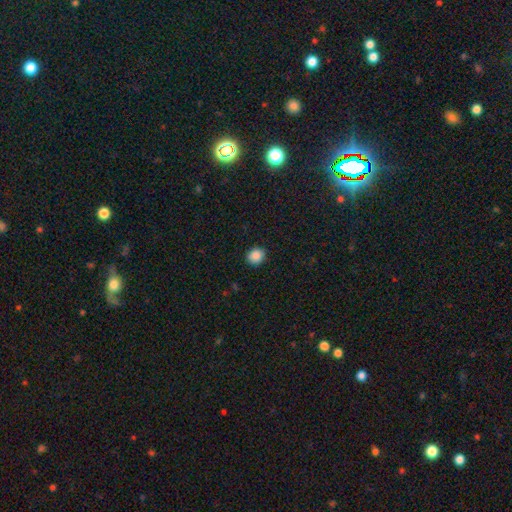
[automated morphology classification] smooth 87%, star or artifact 9%, featured or disk 3%. Down the decision tree: how rounded — round (80%); merging — none (90%).